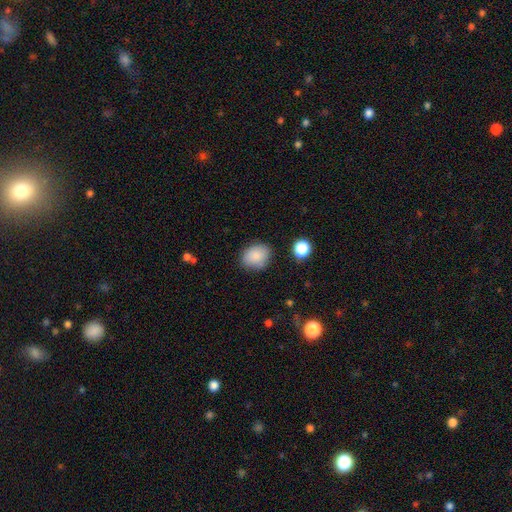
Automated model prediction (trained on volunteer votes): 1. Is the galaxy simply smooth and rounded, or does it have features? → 87% smooth, 8% star or artifact, 5% featured or disk.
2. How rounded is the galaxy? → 51% round, 48% in between, 1% cigar-shaped.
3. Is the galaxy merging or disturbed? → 78% none, 16% minor disturbance, 4% major disturbance, 2% merger.